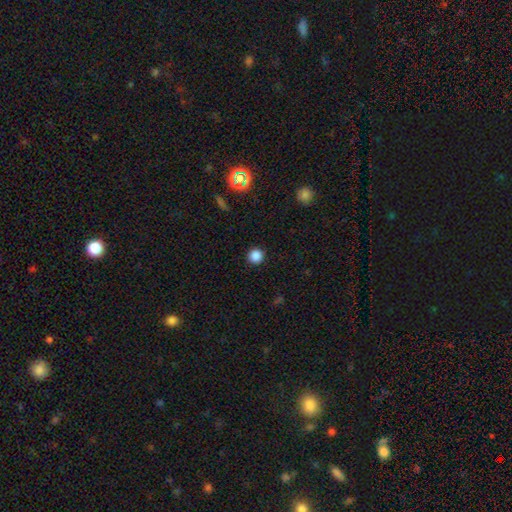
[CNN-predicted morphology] A smooth galaxy with no disk features (85%) that is round (96%).

Vote fractions:
- Smooth or featured? smooth: 85% / star or artifact: 12% / featured or disk: 3%
- How rounded? round: 96% / in between: 3% / cigar-shaped: 1%
- Merging? none: 92% / minor disturbance: 5% / major disturbance: 2% / merger: 1%